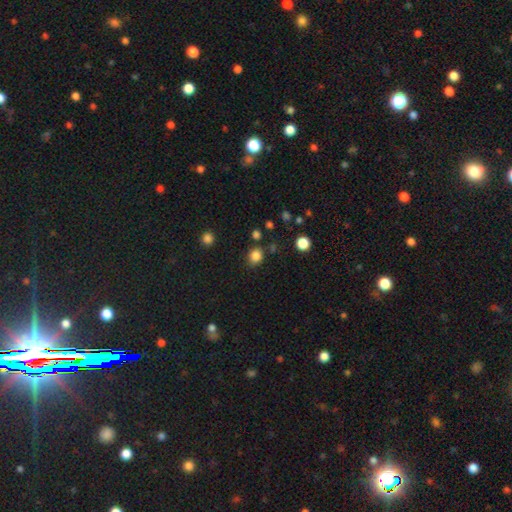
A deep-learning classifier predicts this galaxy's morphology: smooth_or_featured: smooth (p=0.83) [alt: star or artifact p=0.13]
how_rounded: round (p=0.70) [alt: in between p=0.29]
merging: none (p=0.79) [alt: minor disturbance p=0.13]